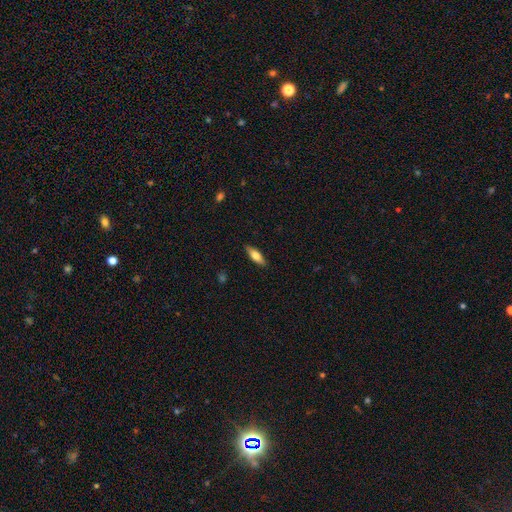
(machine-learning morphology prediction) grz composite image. It shows a smooth galaxy with no disk features (70%) that is in between round and cigar-shaped (60%). Merging: none (88%).